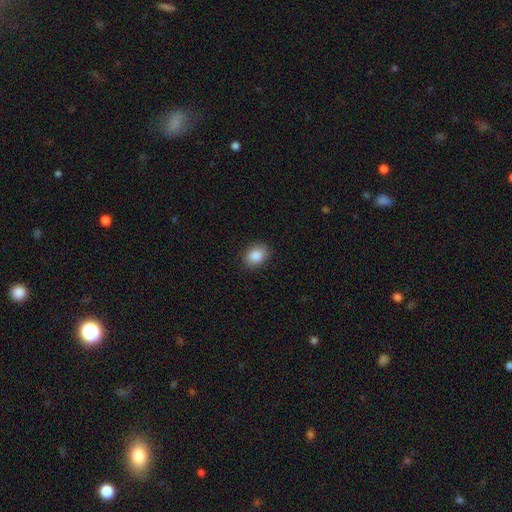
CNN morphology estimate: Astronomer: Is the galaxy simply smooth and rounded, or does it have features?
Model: smooth — 87%.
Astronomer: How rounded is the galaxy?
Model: in between — 61% (runner-up: round, 38%).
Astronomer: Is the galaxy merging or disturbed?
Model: none — 87%.